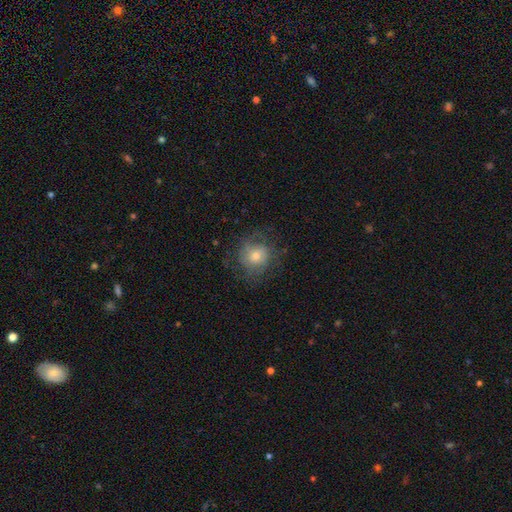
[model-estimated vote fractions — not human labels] This is possibly a smooth galaxy (46%). Merging: likely none (69%).